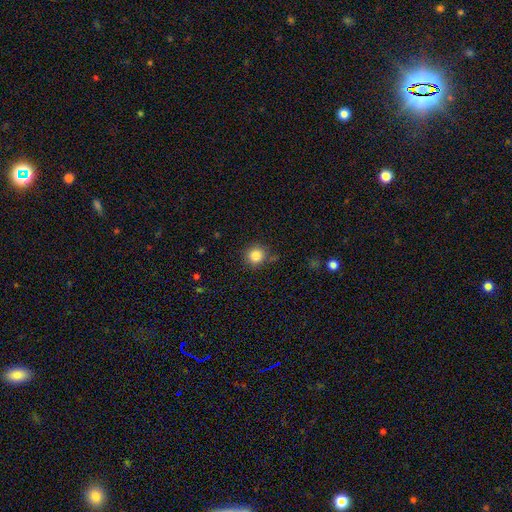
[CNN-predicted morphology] Smooth or featured? smooth (85%)
How rounded? round (91%)
Merging? none (80%)